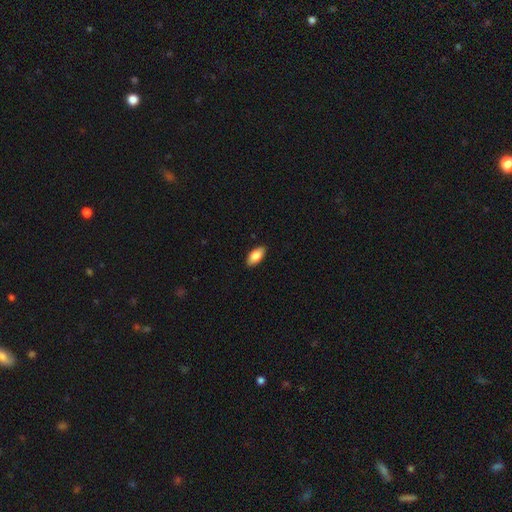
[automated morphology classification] The model was most divided on "smooth or featured": smooth: 86%, featured or disk: 8%, star or artifact: 6%. More confident: how rounded — in between (93%); merging — none (89%).